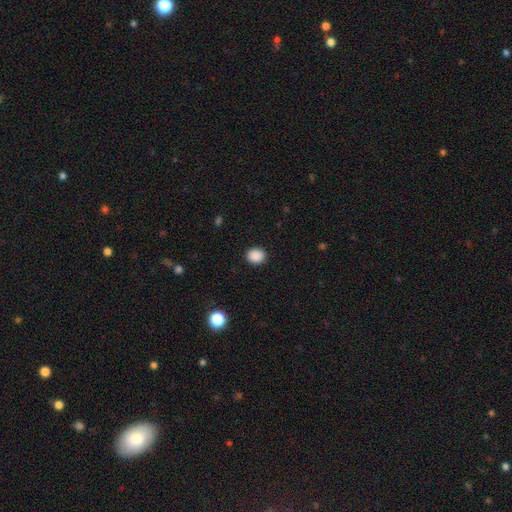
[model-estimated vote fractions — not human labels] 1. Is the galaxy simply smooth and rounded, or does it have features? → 89% smooth, 9% star or artifact, 2% featured or disk.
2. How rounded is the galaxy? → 69% round, 30% in between, 1% cigar-shaped.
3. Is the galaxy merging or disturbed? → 90% none, 6% minor disturbance, 2% major disturbance, 1% merger.